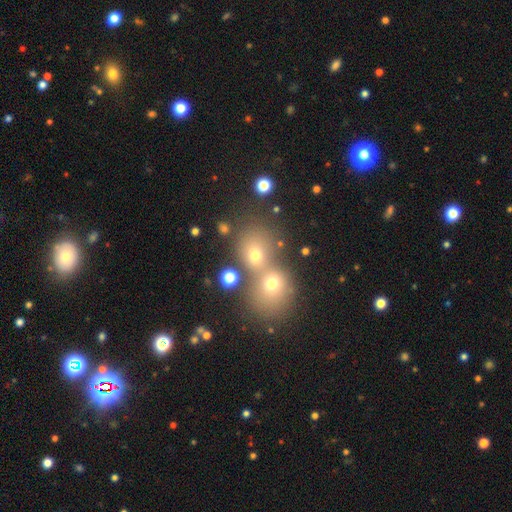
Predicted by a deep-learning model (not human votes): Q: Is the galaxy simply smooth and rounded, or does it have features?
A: smooth — 63%.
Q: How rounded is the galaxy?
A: round — 71%.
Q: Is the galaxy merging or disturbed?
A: merger — 57%.